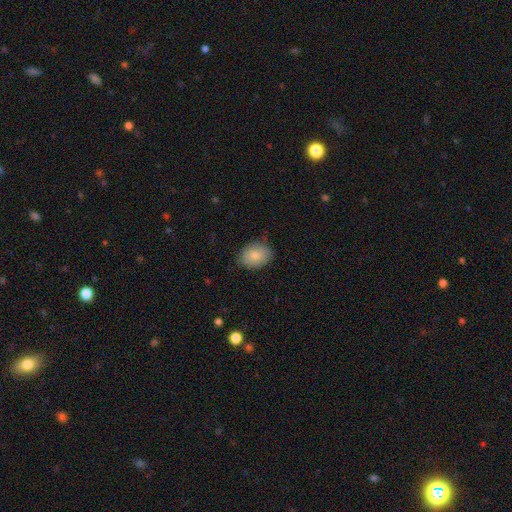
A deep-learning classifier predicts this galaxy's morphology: This is clearly a smooth galaxy (82%). How rounded: likely in between (64%). Merging: likely none (79%).